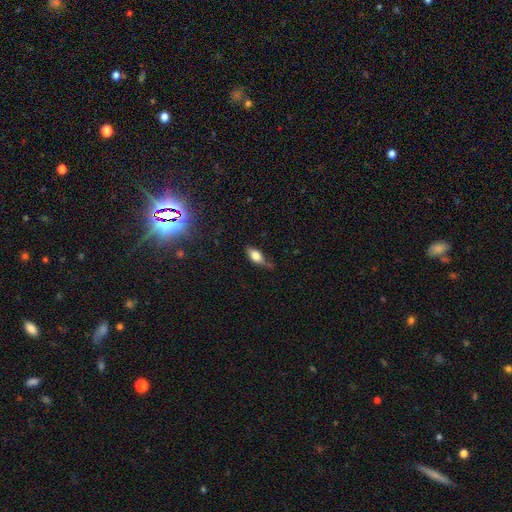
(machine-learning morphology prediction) Smooth or featured: smooth — 72% (featured or disk — 20%)
How rounded: in between — 80% (cigar-shaped — 16%)
Merging: none — 50% (minor disturbance — 35%)